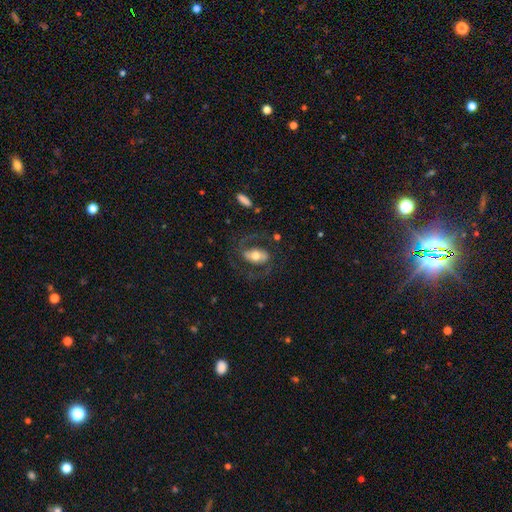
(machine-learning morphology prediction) The model was most divided on "bar": strong: 38%, weak: 32%, no: 31%. More confident: edge-on disk — no (95%); spiral arm count — 2 (86%); spiral arms — yes (83%); smooth or featured — featured or disk (69%); bulge size — moderate (66%); merging — none (64%); spiral winding — medium (53%).